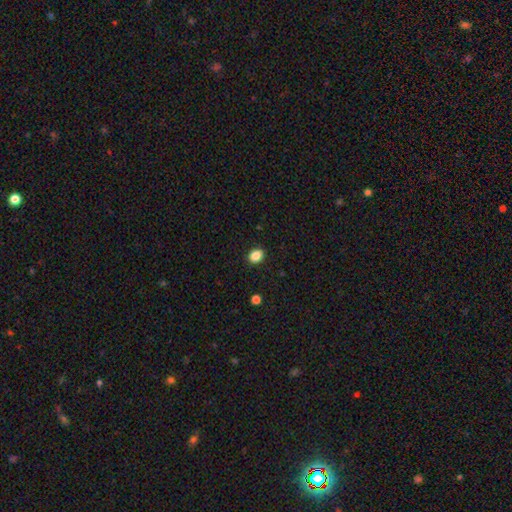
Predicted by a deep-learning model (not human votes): smooth-or-featured: smooth: 87% | star or artifact: 10% | featured or disk: 4%
  how-rounded: in between: 61% | round: 38% | cigar-shaped: 1%
  merging: none: 90% | minor disturbance: 7% | major disturbance: 2% | merger: 1%